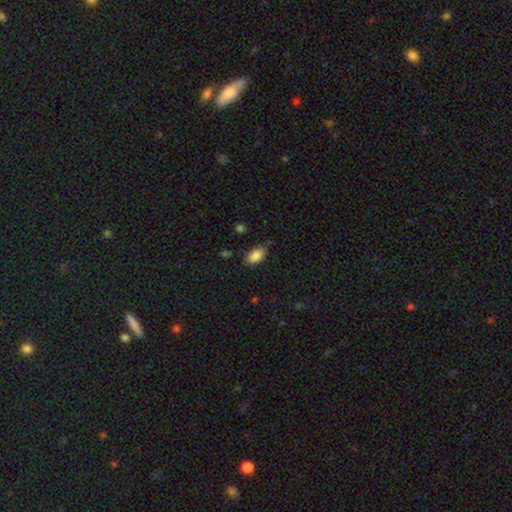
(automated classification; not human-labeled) This appears to be a smooth galaxy with no disk features (88%) that is in between round and cigar-shaped (93%). Merging: none (79%).